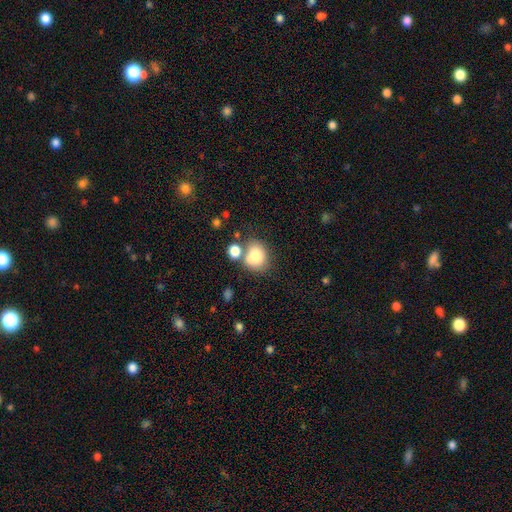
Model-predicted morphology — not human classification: Smooth or featured? Predicted: smooth (p=0.80). How rounded? Predicted: round (p=0.61). Merging? Predicted: none (p=0.50).